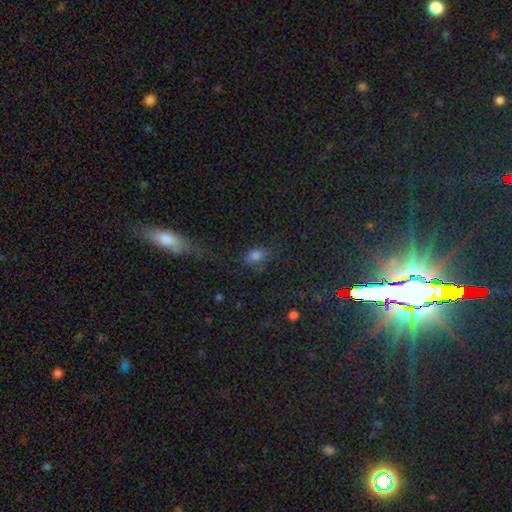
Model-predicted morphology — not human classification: Smooth or featured? Predicted: smooth (p=0.74). How rounded? Predicted: in between (p=0.80). Merging? Predicted: none (p=0.69).